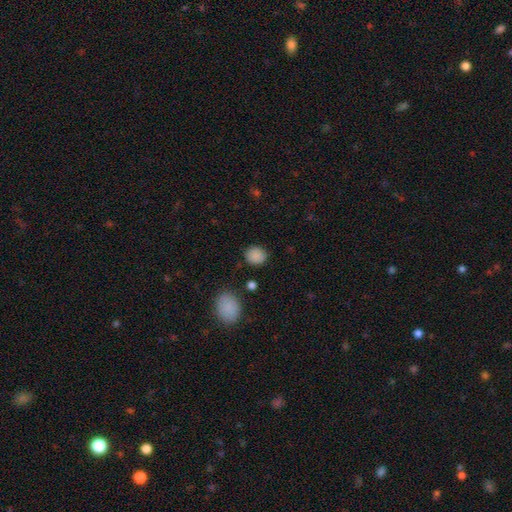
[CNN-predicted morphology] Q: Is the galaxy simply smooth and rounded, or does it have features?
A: smooth — 87%.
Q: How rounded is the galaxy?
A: round — 73%.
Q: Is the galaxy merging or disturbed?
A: none — 83%.